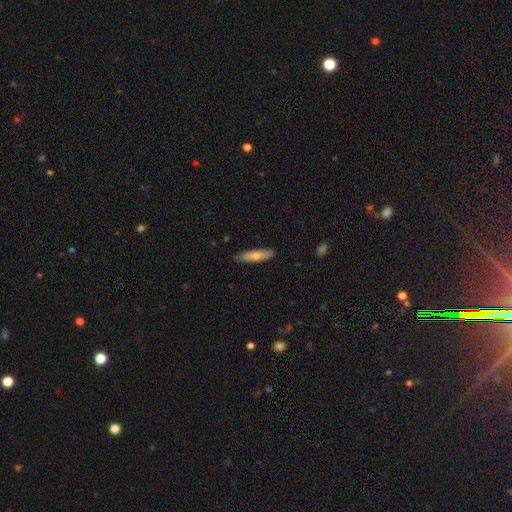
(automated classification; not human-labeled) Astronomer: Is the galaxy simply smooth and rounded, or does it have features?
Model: smooth — 70%.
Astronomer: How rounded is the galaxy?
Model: cigar-shaped — 79%.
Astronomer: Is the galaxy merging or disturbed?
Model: none — 82%.